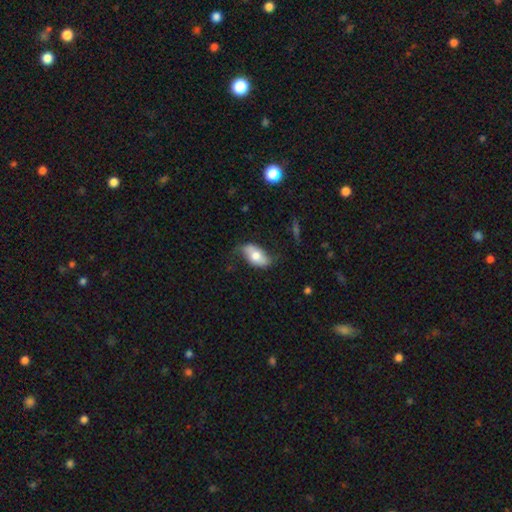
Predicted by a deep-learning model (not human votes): Smooth or featured: smooth — 57% (featured or disk — 37%)
How rounded: in between — 92% (round — 5%)
Merging: none — 61% (minor disturbance — 27%)